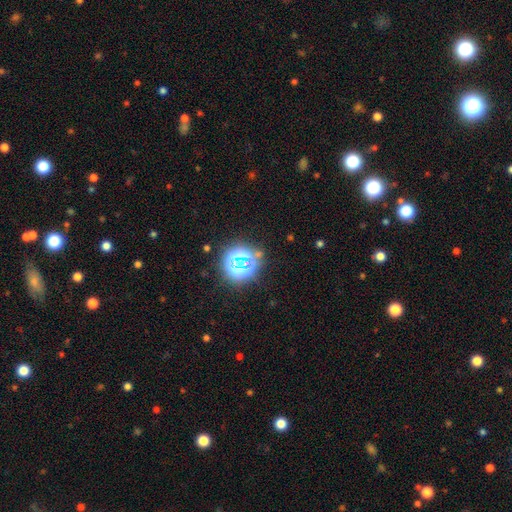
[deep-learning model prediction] Overall: star or artifact (73%).